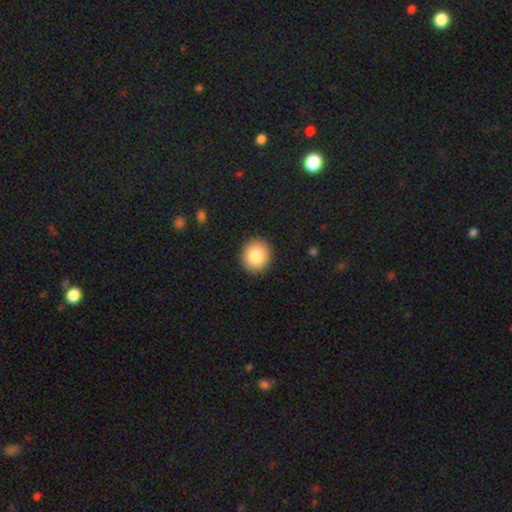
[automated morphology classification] smooth-or-featured: smooth: 83% | featured or disk: 9% | star or artifact: 8%
  how-rounded: round: 87% | in between: 12% | cigar-shaped: 1%
  merging: none: 91% | minor disturbance: 6% | major disturbance: 2% | merger: 1%